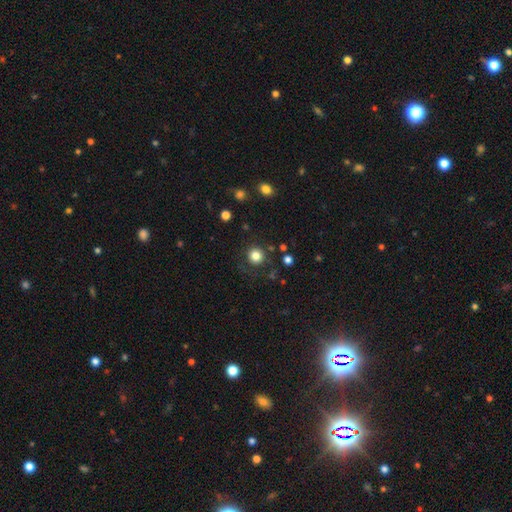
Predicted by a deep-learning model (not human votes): Smooth or featured: smooth — 82% (star or artifact — 12%)
How rounded: round — 93% (in between — 6%)
Merging: none — 85% (minor disturbance — 9%)